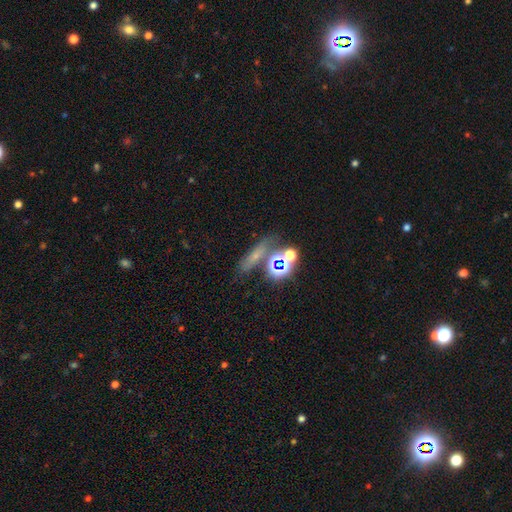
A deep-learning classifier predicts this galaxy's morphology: smooth 40%, star or artifact 38%, featured or disk 23%. Down the decision tree: merging — none (62%).